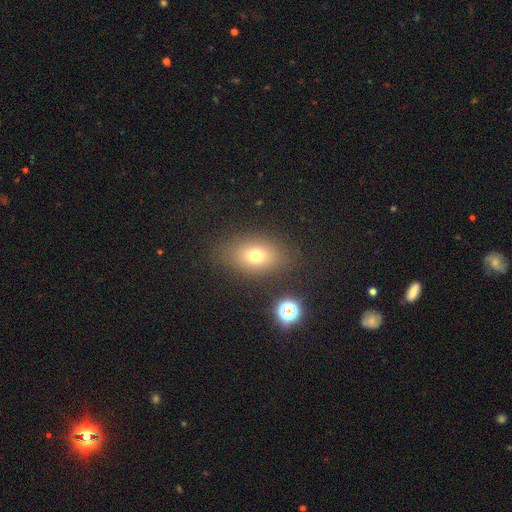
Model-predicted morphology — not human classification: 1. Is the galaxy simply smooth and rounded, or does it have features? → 71% smooth, 15% star or artifact, 13% featured or disk.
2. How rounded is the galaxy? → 76% in between, 22% round, 2% cigar-shaped.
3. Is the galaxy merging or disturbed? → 82% none, 11% minor disturbance, 5% major disturbance, 3% merger.